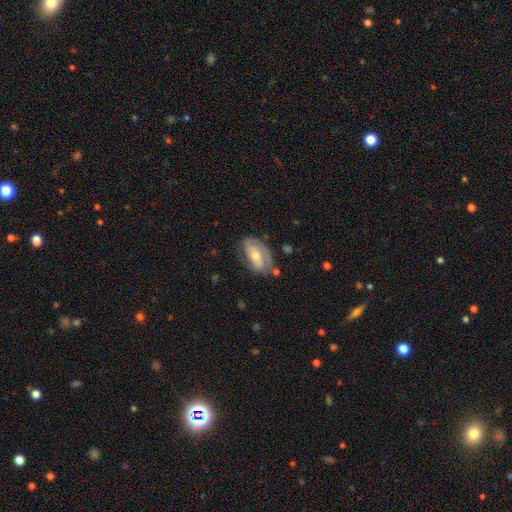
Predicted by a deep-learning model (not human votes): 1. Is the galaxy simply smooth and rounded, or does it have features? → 55% featured or disk, 38% smooth, 6% star or artifact.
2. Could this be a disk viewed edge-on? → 91% no, 9% yes.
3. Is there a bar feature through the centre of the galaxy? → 58% no, 29% weak, 13% strong.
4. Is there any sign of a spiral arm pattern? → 71% yes, 29% no.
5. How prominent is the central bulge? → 55% moderate, 39% small, 4% large, 1% none, 1% dominant.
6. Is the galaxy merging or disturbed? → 59% none, 26% minor disturbance, 10% major disturbance, 4% merger.